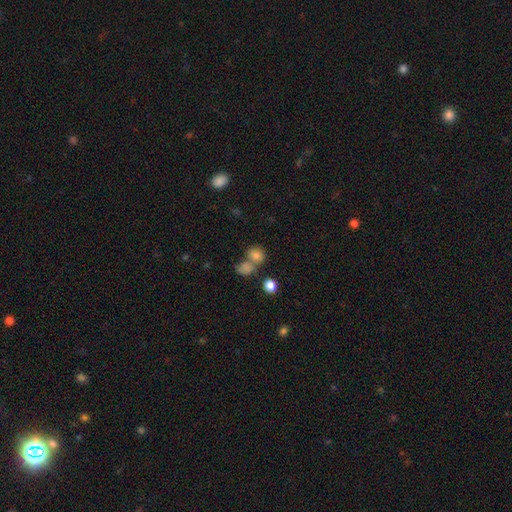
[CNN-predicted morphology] This appears to be a smooth galaxy with no disk features (78%) that is round (66%). Merging: none (45%).